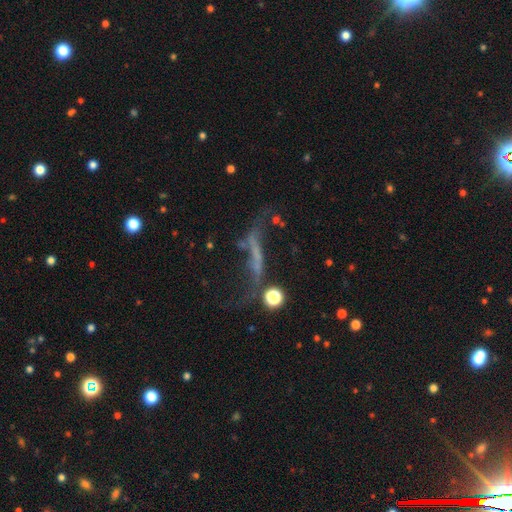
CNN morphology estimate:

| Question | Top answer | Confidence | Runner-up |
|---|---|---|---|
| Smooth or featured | featured or disk | 47% | smooth (29%) |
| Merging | none | 37% | major disturbance (35%) |